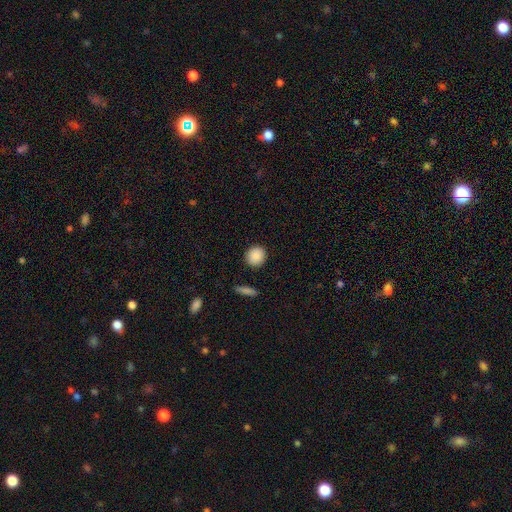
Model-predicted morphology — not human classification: Overall: smooth (89%). How rounded: round (90%). Merging: none (91%).